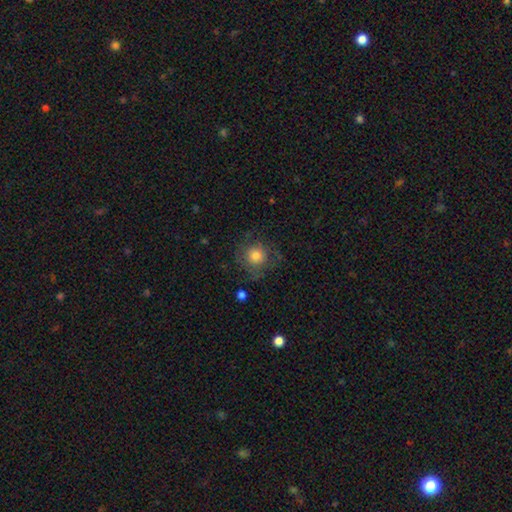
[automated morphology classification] Smooth or featured? Predicted: smooth (p=0.72). How rounded? Predicted: round (p=0.91). Merging? Predicted: none (p=0.70).